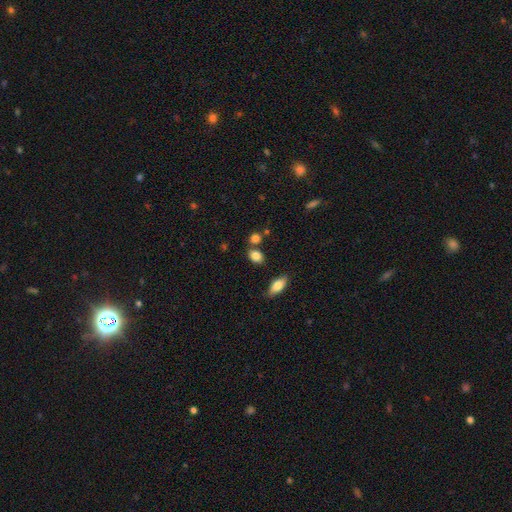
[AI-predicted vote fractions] Smooth or featured?
  - smooth: 84% *
  - star or artifact: 10%
  - featured or disk: 6%
How rounded?
  - in between: 63% *
  - round: 35%
  - cigar-shaped: 2%
Merging?
  - none: 67% *
  - merger: 17%
  - minor disturbance: 12%
  - major disturbance: 4%